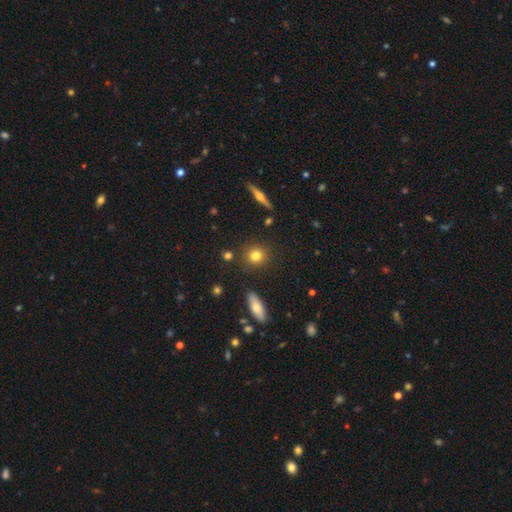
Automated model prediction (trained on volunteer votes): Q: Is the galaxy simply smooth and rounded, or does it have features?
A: smooth — 80%.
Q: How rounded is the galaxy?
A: round — 84%.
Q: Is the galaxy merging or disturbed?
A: none — 88%.